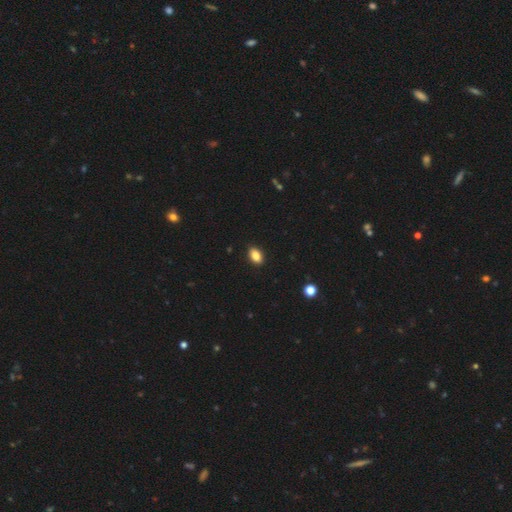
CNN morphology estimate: type=smooth (87%); roundness=in between (89%); merging=none (90%).